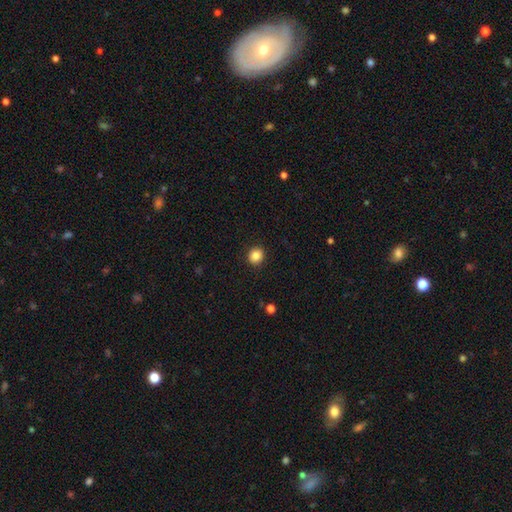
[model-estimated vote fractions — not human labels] smooth 85%, star or artifact 10%, featured or disk 5%. Down the decision tree: how rounded — round (85%); merging — none (92%).